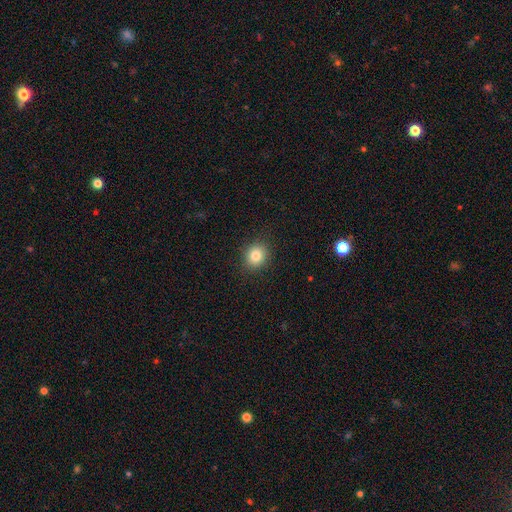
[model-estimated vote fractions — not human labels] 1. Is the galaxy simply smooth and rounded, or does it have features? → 82% smooth, 11% star or artifact, 7% featured or disk.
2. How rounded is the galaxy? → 78% round, 21% in between, 1% cigar-shaped.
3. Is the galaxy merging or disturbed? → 90% none, 7% minor disturbance, 2% major disturbance, 1% merger.